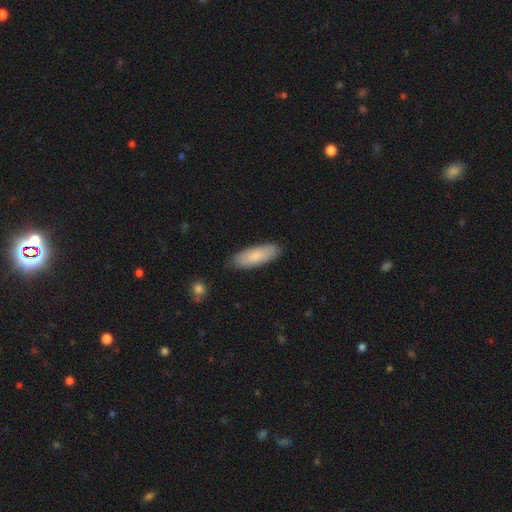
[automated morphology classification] Smooth or featured? smooth (83%)
How rounded? in between (65%)
Merging? none (85%)